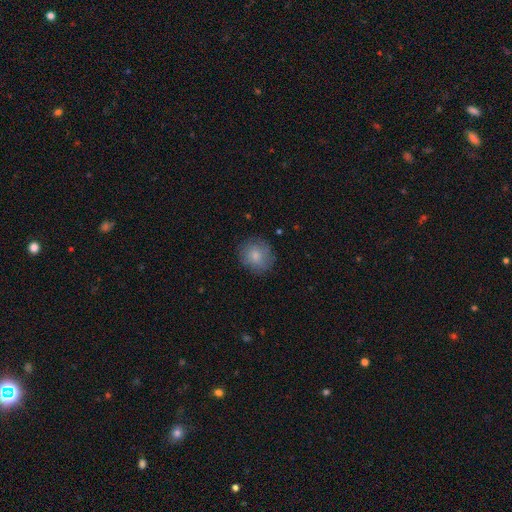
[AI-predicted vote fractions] Morphology: type=smooth (81%); roundness=round (83%); merging=none (81%).